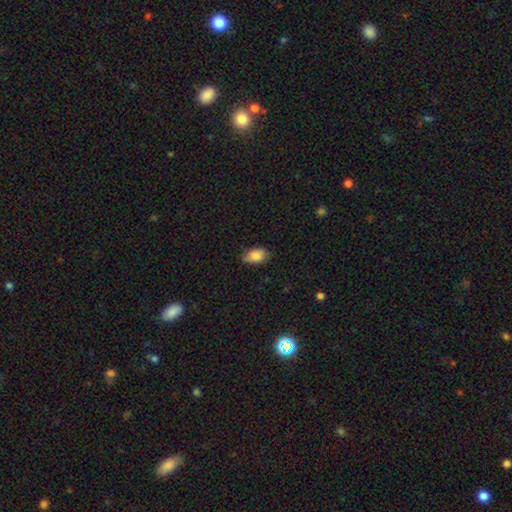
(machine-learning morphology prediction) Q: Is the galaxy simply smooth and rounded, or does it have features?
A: smooth — 84%.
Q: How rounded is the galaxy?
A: in between — 90%.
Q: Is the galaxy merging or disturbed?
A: none — 76%.